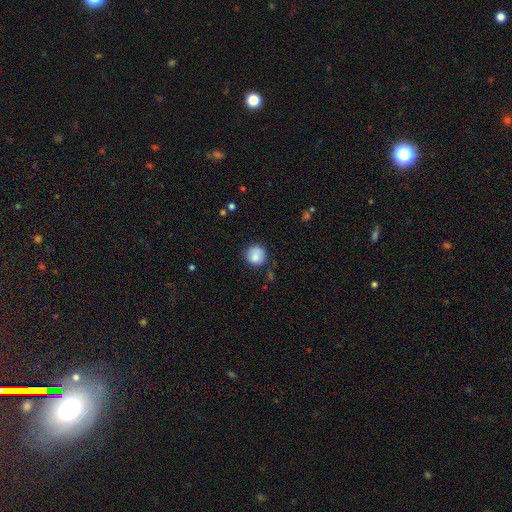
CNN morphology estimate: type=smooth (82%); roundness=round (91%); merging=none (75%).